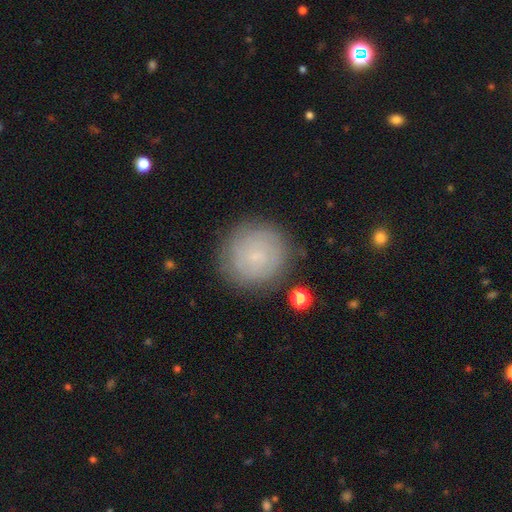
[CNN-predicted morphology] A featured or disk galaxy (48%).

Vote fractions:
- Smooth or featured? featured or disk: 48% / smooth: 43% / star or artifact: 10%
- Merging? none: 84% / minor disturbance: 11% / major disturbance: 4% / merger: 1%